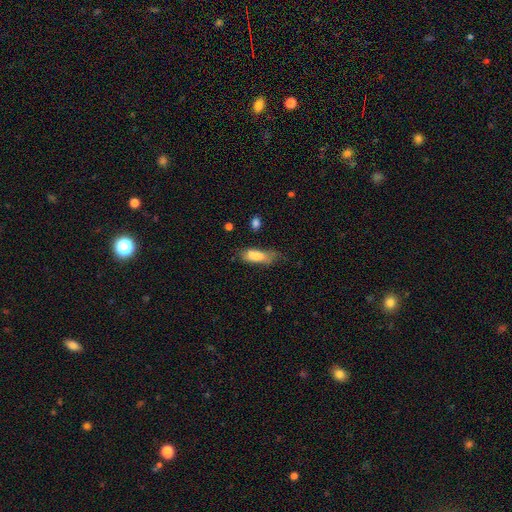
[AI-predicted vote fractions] Overall: smooth (77%). How rounded: in between (63%; cigar-shaped 35%). Merging: none (41%; minor disturbance 34%).